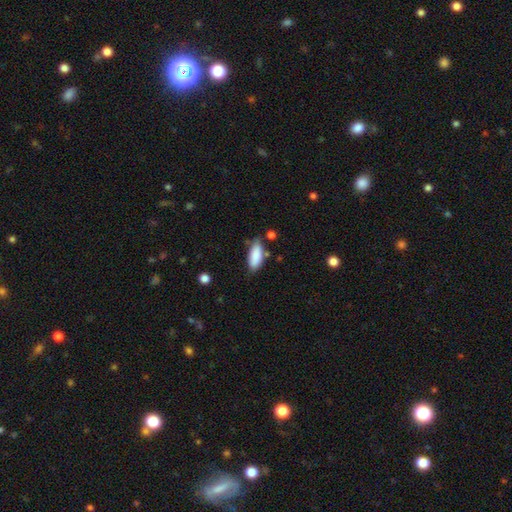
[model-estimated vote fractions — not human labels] Smooth or featured? Predicted: smooth (p=0.87). How rounded? Predicted: in between (p=0.81). Merging? Predicted: none (p=0.70).